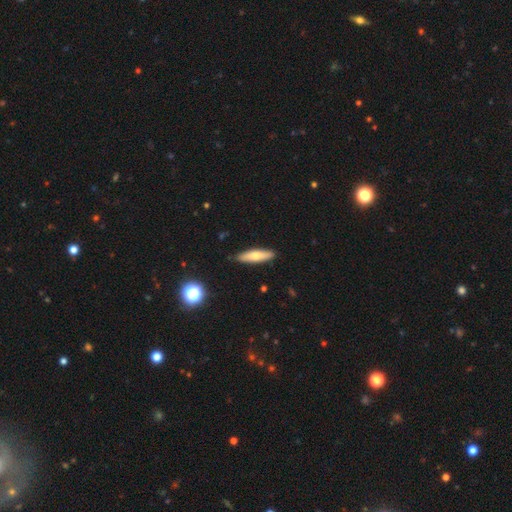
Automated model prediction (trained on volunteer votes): Morphology: type=smooth (63%); roundness=cigar-shaped (73%); merging=none (89%).